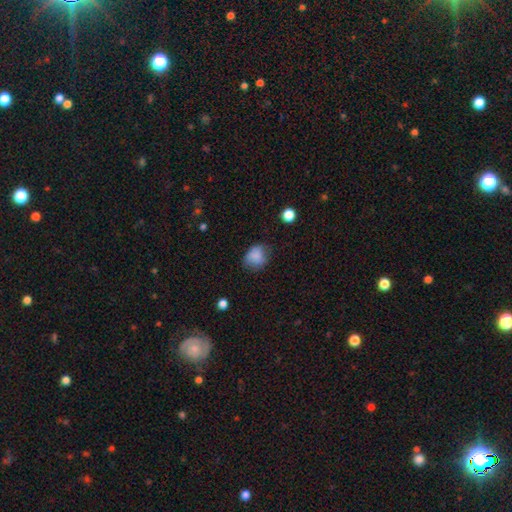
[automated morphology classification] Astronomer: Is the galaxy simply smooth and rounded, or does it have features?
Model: smooth — 83%.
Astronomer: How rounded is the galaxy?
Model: round — 57% (runner-up: in between, 42%).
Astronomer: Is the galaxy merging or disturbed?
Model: none — 58%.